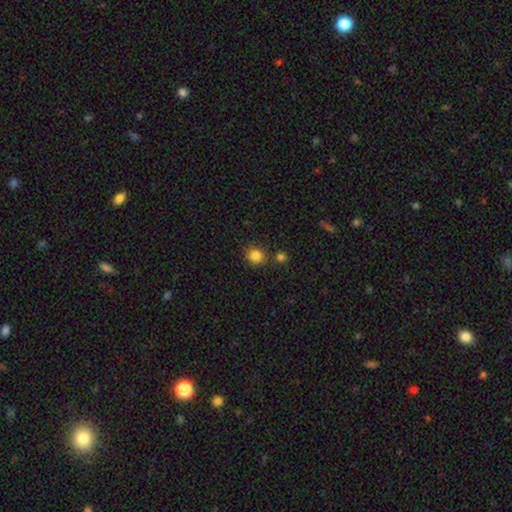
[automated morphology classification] Smooth or featured?
  - smooth: 83% *
  - star or artifact: 12%
  - featured or disk: 5%
How rounded?
  - round: 84% *
  - in between: 15%
  - cigar-shaped: 1%
Merging?
  - none: 83% *
  - minor disturbance: 9%
  - merger: 6%
  - major disturbance: 2%